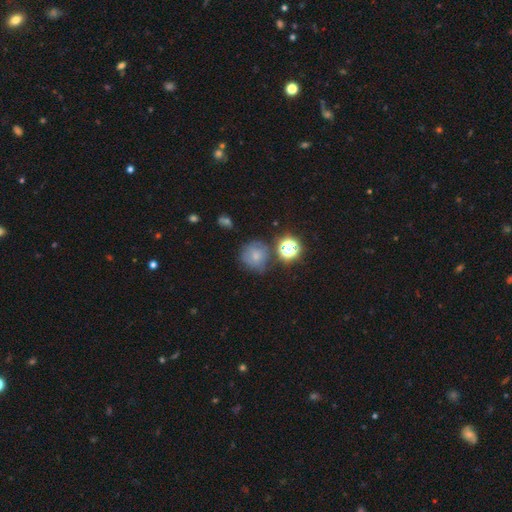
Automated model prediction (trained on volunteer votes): Smooth or featured: smooth — 63% (star or artifact — 20%)
How rounded: round — 87% (in between — 12%)
Merging: none — 60% (minor disturbance — 21%)